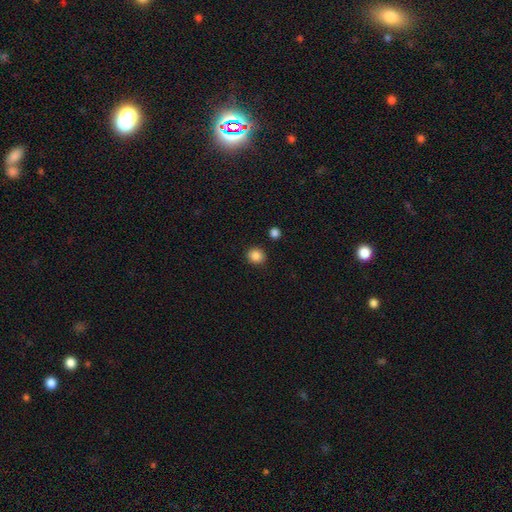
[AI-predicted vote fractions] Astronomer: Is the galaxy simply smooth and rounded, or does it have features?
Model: smooth — 87%.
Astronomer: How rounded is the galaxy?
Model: round — 83%.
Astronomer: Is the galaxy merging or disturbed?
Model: none — 88%.